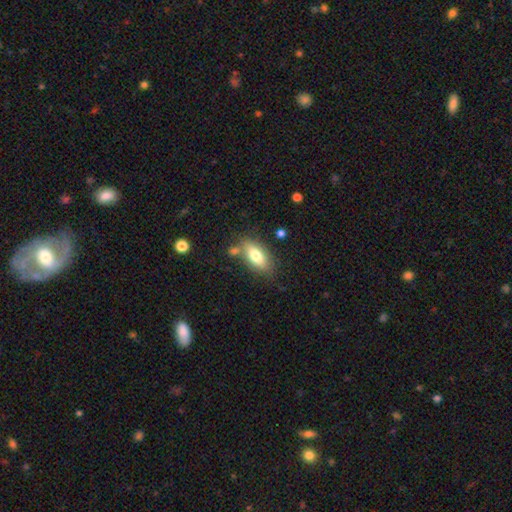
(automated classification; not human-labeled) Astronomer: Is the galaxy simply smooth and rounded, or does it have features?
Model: smooth — 75%.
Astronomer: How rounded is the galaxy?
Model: in between — 85%.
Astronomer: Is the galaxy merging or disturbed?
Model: none — 71%.